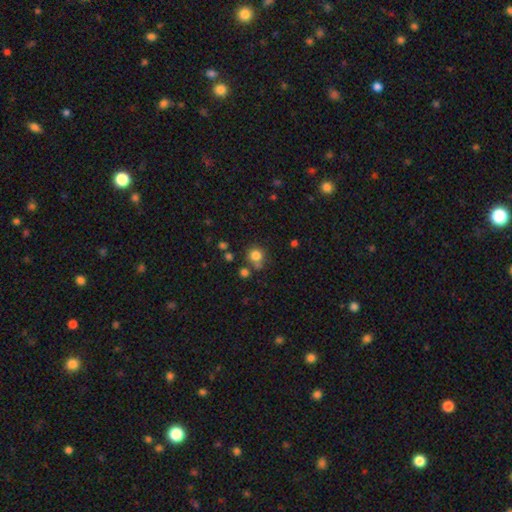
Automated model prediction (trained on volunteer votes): Q: Smooth or featured?
A: smooth (81%); runner-up: star or artifact (13%)
Q: How rounded?
A: round (89%); runner-up: in between (10%)
Q: Merging?
A: none (68%); runner-up: merger (17%)